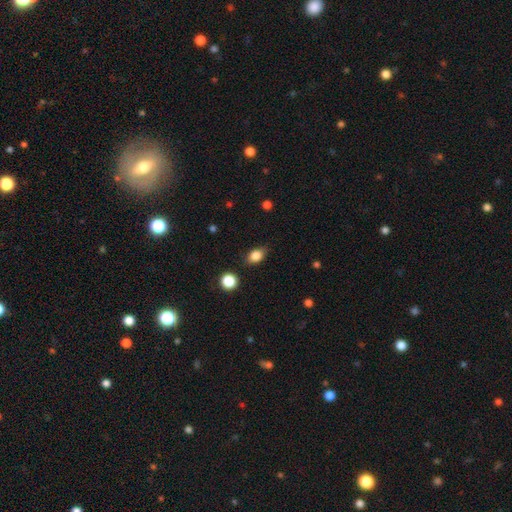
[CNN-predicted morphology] Smooth or featured? Predicted: smooth (p=0.83). How rounded? Predicted: in between (p=0.73). Merging? Predicted: none (p=0.79).